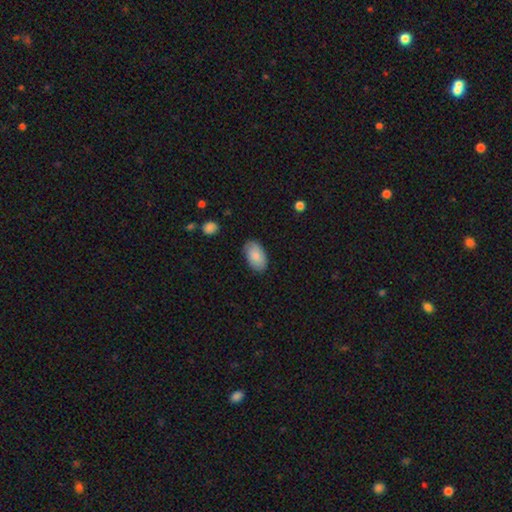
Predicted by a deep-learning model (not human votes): A smooth galaxy with no disk features (86%) that is in between round and cigar-shaped (94%).

Vote fractions:
- Smooth or featured? smooth: 86% / featured or disk: 7% / star or artifact: 6%
- How rounded? in between: 94% / round: 5% / cigar-shaped: 1%
- Merging? none: 84% / minor disturbance: 12% / major disturbance: 3% / merger: 1%